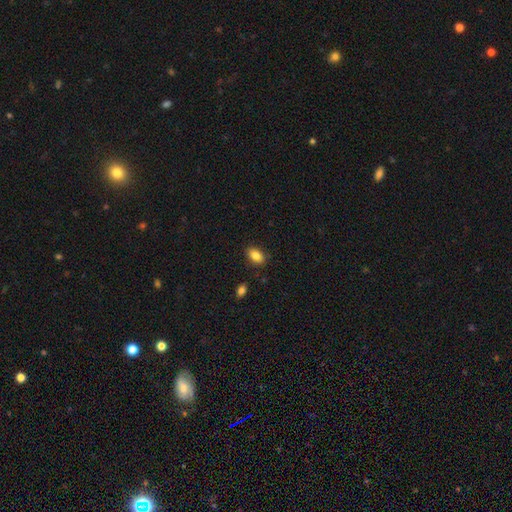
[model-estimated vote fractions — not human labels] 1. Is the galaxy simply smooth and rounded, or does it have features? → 86% smooth, 8% star or artifact, 6% featured or disk.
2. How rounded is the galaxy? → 89% in between, 8% round, 2% cigar-shaped.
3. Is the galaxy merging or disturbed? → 86% none, 10% minor disturbance, 2% major disturbance, 2% merger.